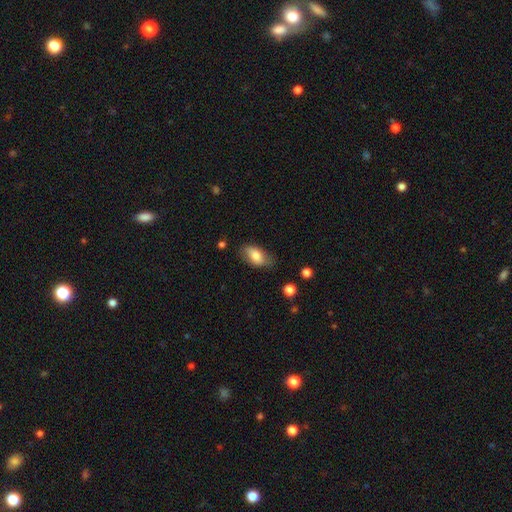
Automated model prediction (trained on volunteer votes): A smooth galaxy with no disk features (77%) that is in between round and cigar-shaped (91%).

Vote fractions:
- Smooth or featured? smooth: 77% / featured or disk: 16% / star or artifact: 7%
- How rounded? in between: 91% / round: 5% / cigar-shaped: 4%
- Merging? none: 71% / minor disturbance: 22% / major disturbance: 5% / merger: 2%